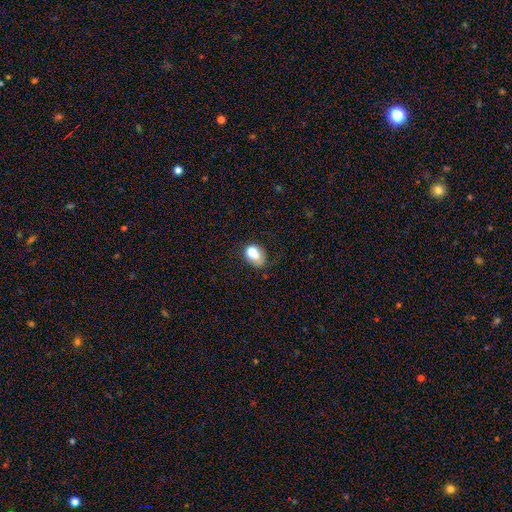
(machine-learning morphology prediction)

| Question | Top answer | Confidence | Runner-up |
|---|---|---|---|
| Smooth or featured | smooth | 69% | featured or disk (19%) |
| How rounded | in between | 59% | round (40%) |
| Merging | none | 38% | merger (24%) |